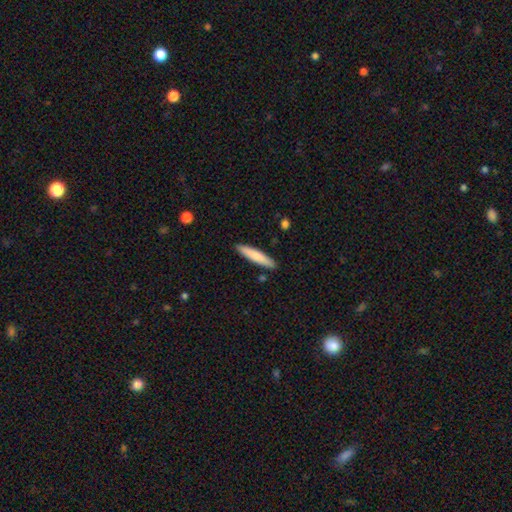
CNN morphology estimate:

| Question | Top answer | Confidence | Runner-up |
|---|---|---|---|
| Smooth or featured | smooth | 79% | featured or disk (16%) |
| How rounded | cigar-shaped | 88% | in between (11%) |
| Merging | none | 89% | minor disturbance (8%) |